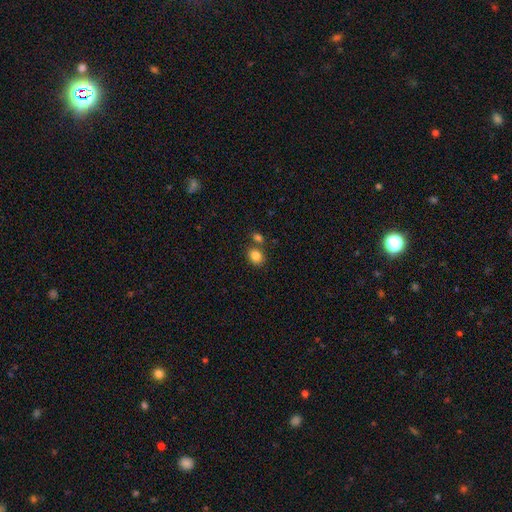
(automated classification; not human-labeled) Smooth or featured? Predicted: smooth (p=0.84). How rounded? Predicted: round (p=0.56). Merging? Predicted: none (p=0.66).